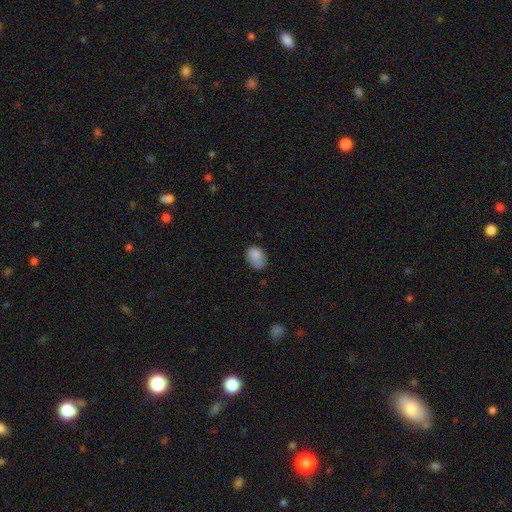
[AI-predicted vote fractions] Overall: smooth (84%). How rounded: in between (81%). Merging: none (59%; minor disturbance 31%).